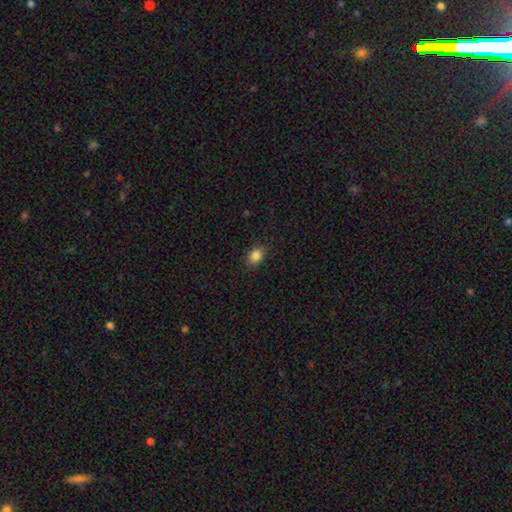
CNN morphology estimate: A smooth galaxy with no disk features (85%) that is in between round and cigar-shaped (60%).

Vote fractions:
- Smooth or featured? smooth: 85% / star or artifact: 10% / featured or disk: 5%
- How rounded? in between: 60% / round: 39% / cigar-shaped: 1%
- Merging? none: 85% / minor disturbance: 11% / major disturbance: 3% / merger: 1%